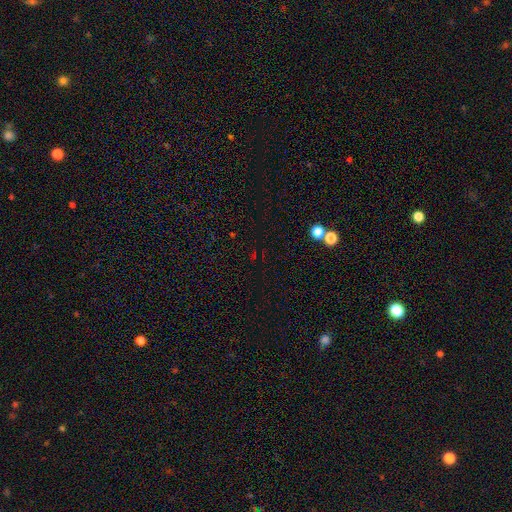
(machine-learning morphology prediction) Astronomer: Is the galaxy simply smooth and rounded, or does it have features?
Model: star or artifact — 66%.